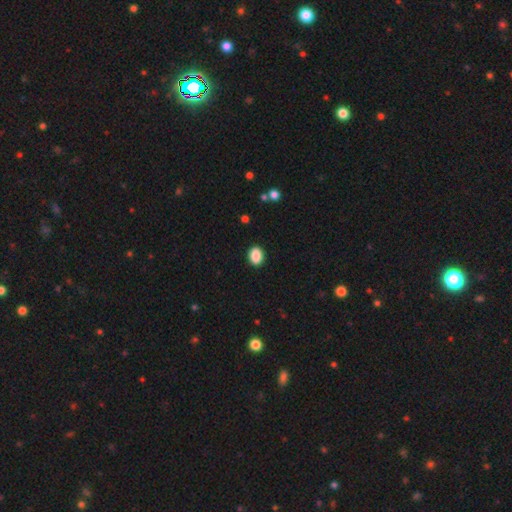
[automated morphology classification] A smooth galaxy with no disk features (89%) that is in between round and cigar-shaped (67%).

Vote fractions:
- Smooth or featured? smooth: 89% / star or artifact: 8% / featured or disk: 3%
- How rounded? in between: 67% / round: 32% / cigar-shaped: 1%
- Merging? none: 91% / minor disturbance: 7% / major disturbance: 2% / merger: 1%